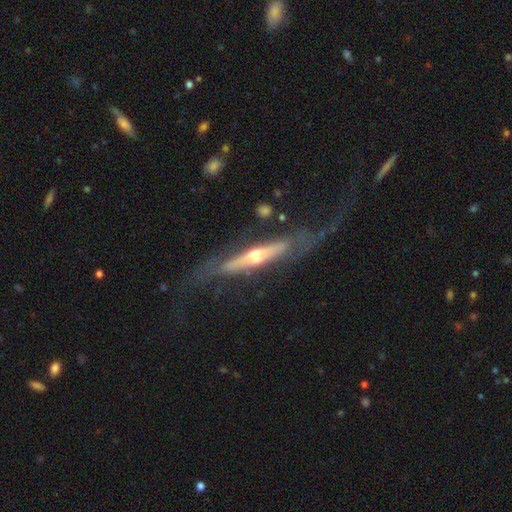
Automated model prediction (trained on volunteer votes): smooth_or_featured: featured or disk (p=0.78) [alt: smooth p=0.17]
disk_edge_on: yes (p=0.81) [alt: no p=0.19]
edge_on_bulge: rounded (p=0.81) [alt: none p=0.13]
merging: none (p=0.50) [alt: major disturbance p=0.26]